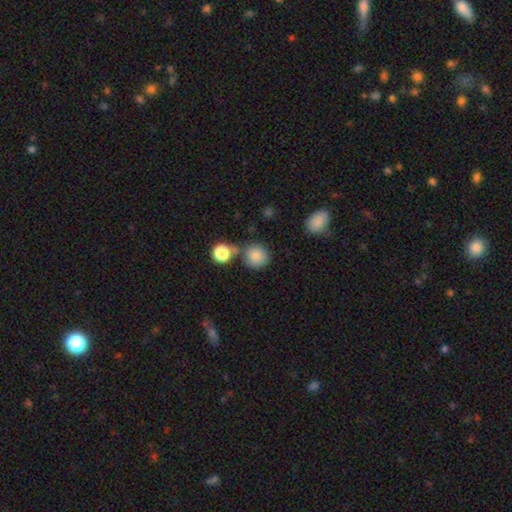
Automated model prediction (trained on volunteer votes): This is clearly a smooth galaxy (84%). How rounded: clearly round (91%). Merging: likely none (67%).